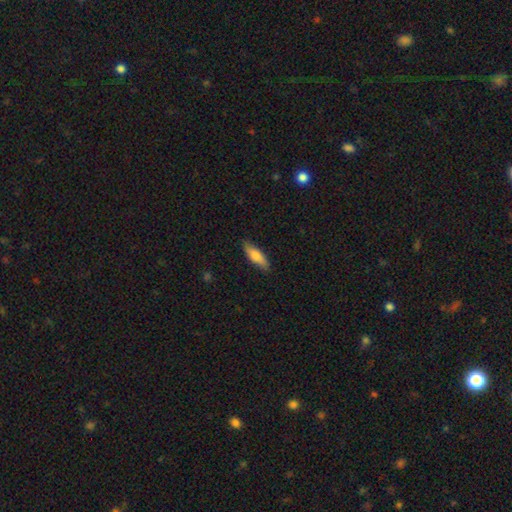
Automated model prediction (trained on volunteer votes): smooth 77%, featured or disk 18%, star or artifact 6%. Down the decision tree: how rounded — cigar-shaped (49%, tied with in between); merging — none (85%).